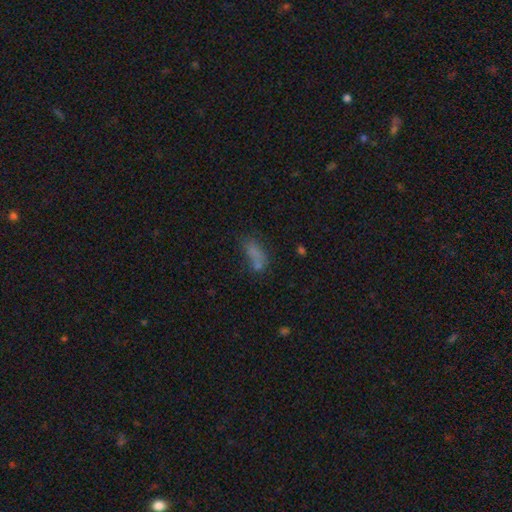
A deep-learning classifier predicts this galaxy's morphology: smooth_or_featured: smooth (p=0.66) [alt: star or artifact p=0.18]
how_rounded: in between (p=0.73) [alt: cigar-shaped p=0.21]
merging: none (p=0.41) [alt: merger p=0.25]